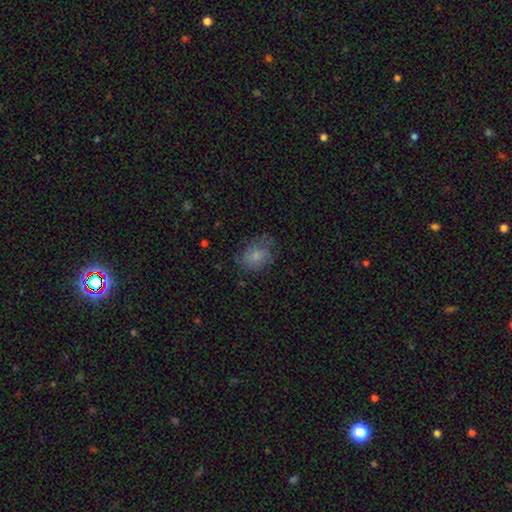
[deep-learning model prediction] This is likely a smooth galaxy (70%). How rounded: likely in between (63%). Merging: possibly none (60%).